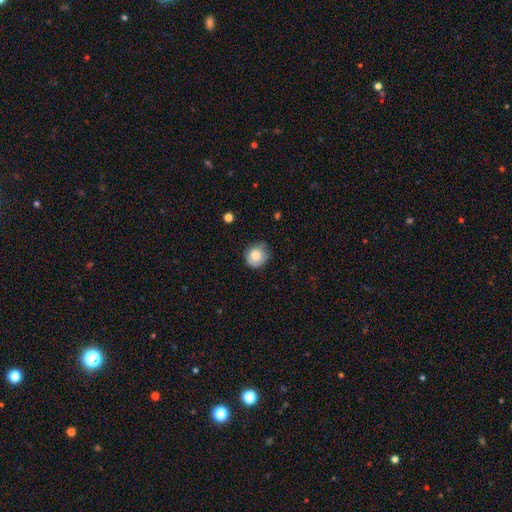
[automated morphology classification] The model was most divided on "merging": none: 72%, minor disturbance: 22%, major disturbance: 4%, merger: 1%. More confident: how rounded — round (82%); smooth or featured — smooth (80%).